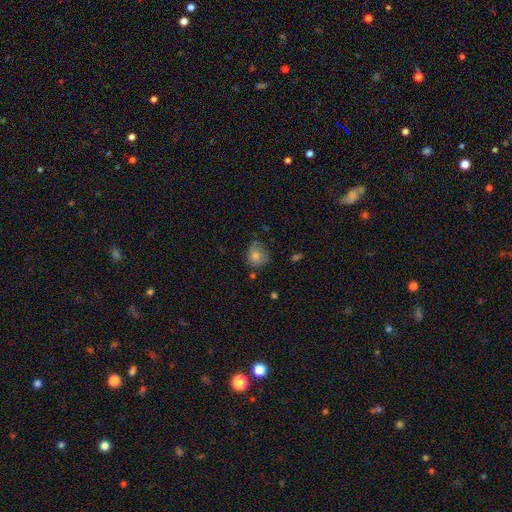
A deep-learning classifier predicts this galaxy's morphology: Smooth or featured? Predicted: smooth (p=0.74). How rounded? Predicted: round (p=0.66). Merging? Predicted: none (p=0.53).